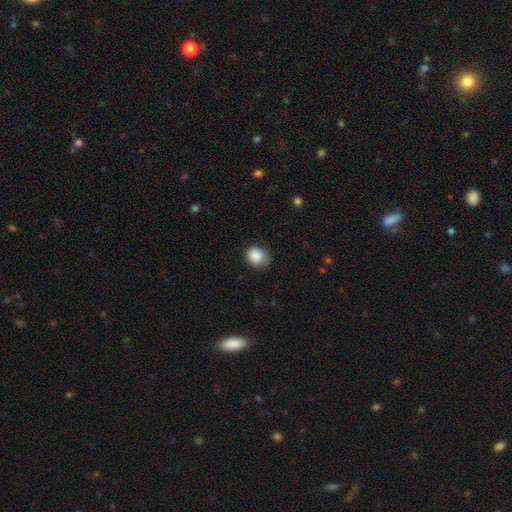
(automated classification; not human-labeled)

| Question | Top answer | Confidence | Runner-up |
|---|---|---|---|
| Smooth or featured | smooth | 87% | star or artifact (9%) |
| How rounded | round | 67% | in between (32%) |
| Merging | none | 68% | minor disturbance (26%) |